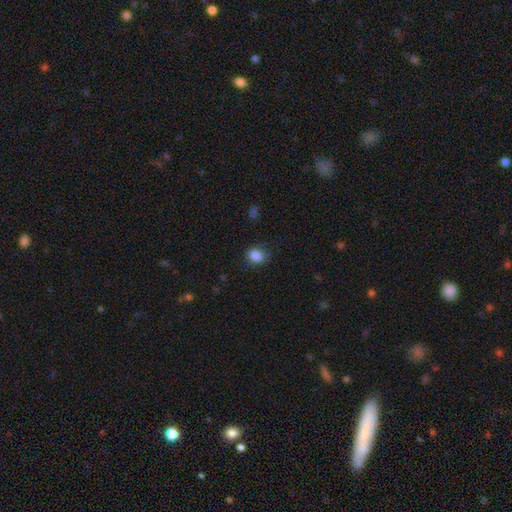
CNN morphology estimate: Smooth or featured: smooth — 85% (star or artifact — 10%)
How rounded: round — 55% (in between — 44%)
Merging: none — 73% (minor disturbance — 20%)